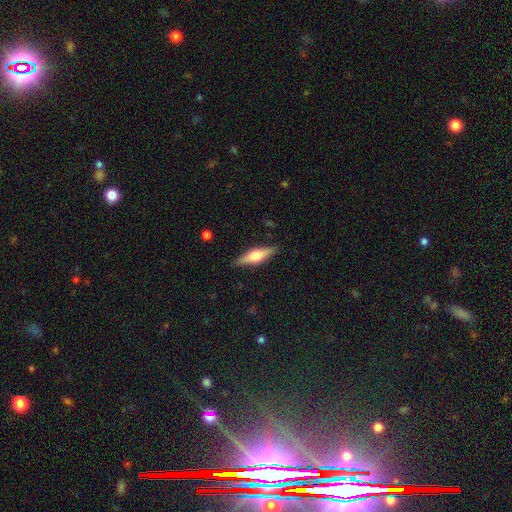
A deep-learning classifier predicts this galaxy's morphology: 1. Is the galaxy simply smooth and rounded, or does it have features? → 54% featured or disk, 39% smooth, 6% star or artifact.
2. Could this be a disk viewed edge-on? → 95% yes, 5% no.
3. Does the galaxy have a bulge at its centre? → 86% rounded, 10% boxy, 3% none.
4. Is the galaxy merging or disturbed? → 88% none, 9% minor disturbance, 2% major disturbance, 1% merger.